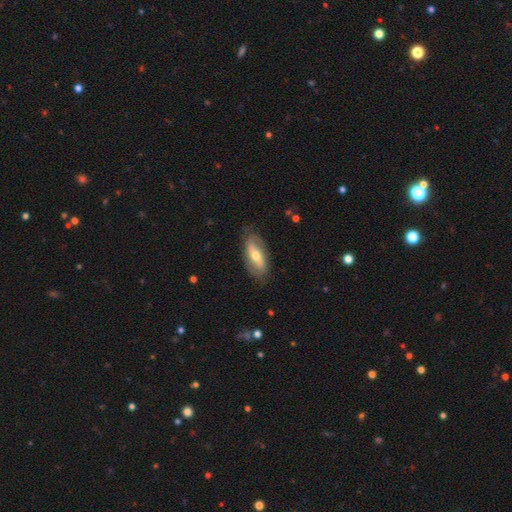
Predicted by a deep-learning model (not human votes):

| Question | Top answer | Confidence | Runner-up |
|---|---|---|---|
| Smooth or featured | featured or disk | 54% | smooth (40%) |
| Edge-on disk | no | 81% | yes (19%) |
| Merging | none | 78% | minor disturbance (16%) |